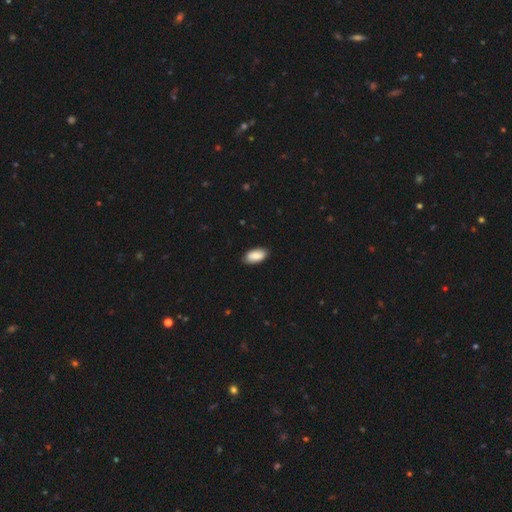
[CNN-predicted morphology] Smooth or featured: smooth — 88% (featured or disk — 6%)
How rounded: in between — 94% (cigar-shaped — 4%)
Merging: none — 86% (minor disturbance — 12%)